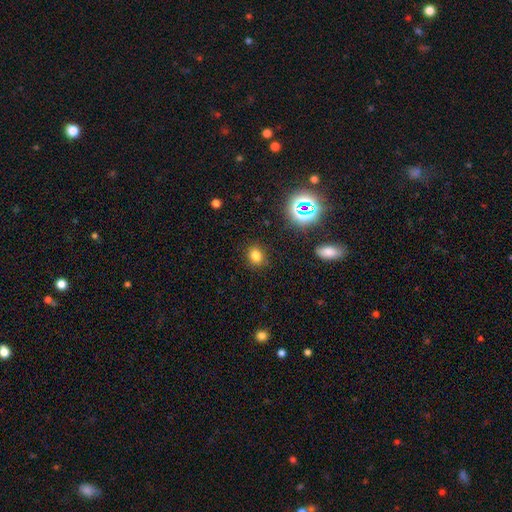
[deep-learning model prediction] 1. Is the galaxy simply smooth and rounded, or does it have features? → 76% smooth, 18% star or artifact, 6% featured or disk.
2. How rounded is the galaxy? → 65% round, 34% in between, 1% cigar-shaped.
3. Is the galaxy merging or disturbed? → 87% none, 9% minor disturbance, 3% major disturbance, 1% merger.